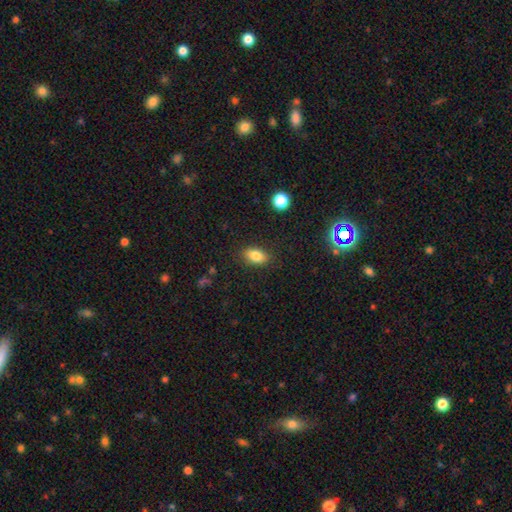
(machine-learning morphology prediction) Smooth or featured? Predicted: smooth (p=0.83). How rounded? Predicted: in between (p=0.87). Merging? Predicted: none (p=0.86).